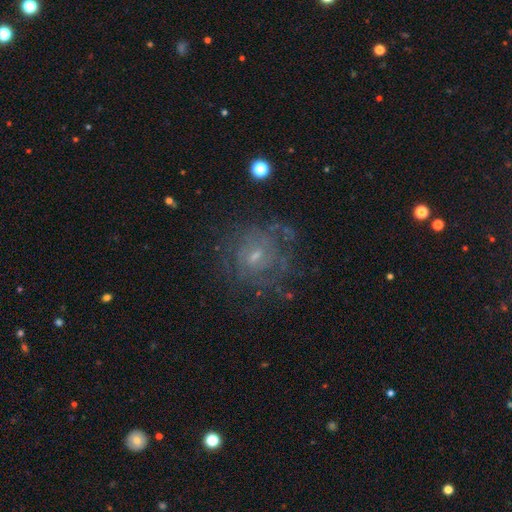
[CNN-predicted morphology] smooth_or_featured: featured or disk (p=0.67) [alt: smooth p=0.20]
disk_edge_on: no (p=0.97) [alt: yes p=0.03]
bar: no (p=0.47) [alt: weak p=0.46]
has_spiral_arms: yes (p=0.69) [alt: no p=0.31]
bulge_size: small (p=0.62) [alt: moderate p=0.28]
merging: none (p=0.65) [alt: minor disturbance p=0.18]